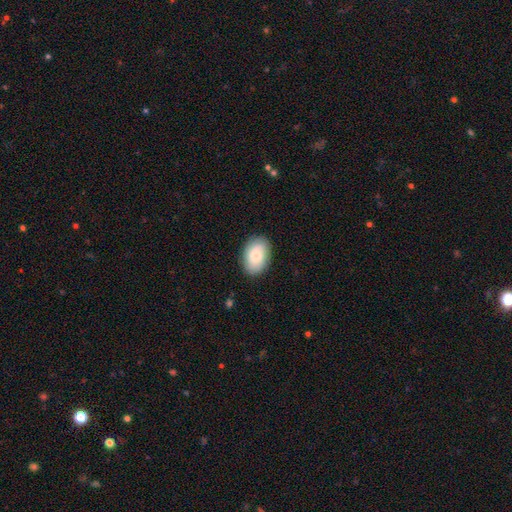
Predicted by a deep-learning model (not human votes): smooth-or-featured: smooth: 80% | featured or disk: 14% | star or artifact: 6%
  how-rounded: in between: 87% | round: 12% | cigar-shaped: 1%
  merging: none: 87% | minor disturbance: 10% | major disturbance: 2% | merger: 1%